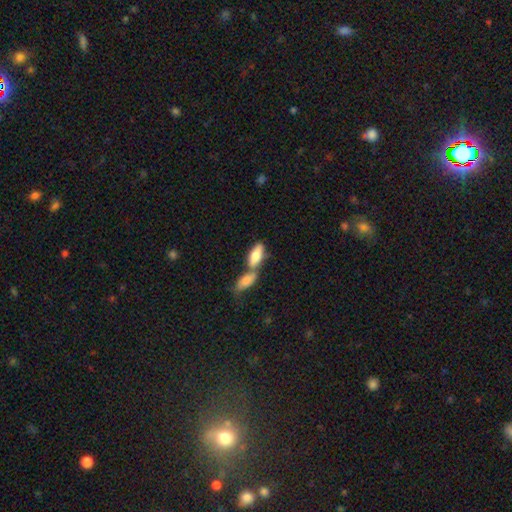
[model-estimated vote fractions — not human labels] Smooth or featured? Predicted: smooth (p=0.76). How rounded? Predicted: in between (p=0.82). Merging? Predicted: merger (p=0.60).